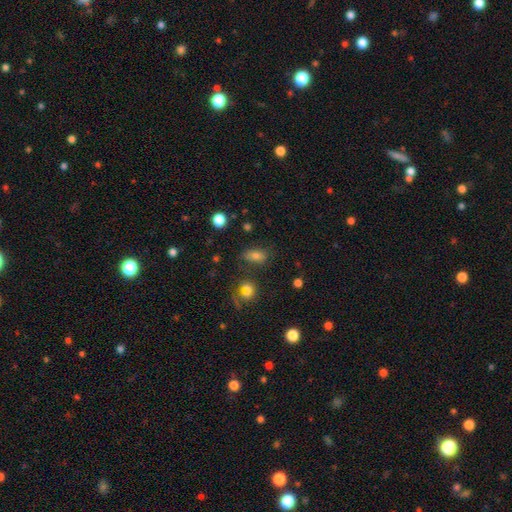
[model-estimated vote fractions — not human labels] Smooth or featured?
  - smooth: 72% *
  - star or artifact: 16%
  - featured or disk: 12%
How rounded?
  - in between: 81% *
  - round: 12%
  - cigar-shaped: 7%
Merging?
  - none: 70% *
  - minor disturbance: 16%
  - merger: 7%
  - major disturbance: 6%